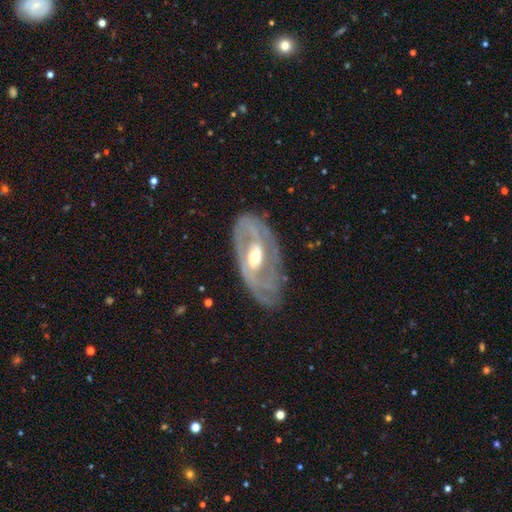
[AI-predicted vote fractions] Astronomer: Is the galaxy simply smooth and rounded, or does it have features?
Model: featured or disk — 83%.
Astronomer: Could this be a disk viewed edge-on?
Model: no — 90%.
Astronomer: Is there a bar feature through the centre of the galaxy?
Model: weak — 38%, tied with no at 38%.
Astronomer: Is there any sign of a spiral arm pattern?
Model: yes — 78%.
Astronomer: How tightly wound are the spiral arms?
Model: tight — 56% (runner-up: medium, 32%).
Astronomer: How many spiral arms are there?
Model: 2 — 49% (runner-up: can't tell, 32%).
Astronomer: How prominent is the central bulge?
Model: moderate — 67%.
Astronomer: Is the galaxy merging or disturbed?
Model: none — 74%.